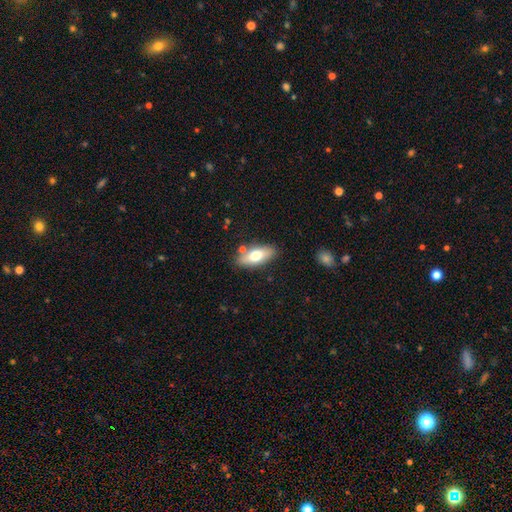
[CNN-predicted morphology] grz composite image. It shows a smooth galaxy with no disk features (67%) that is in between round and cigar-shaped (78%). Merging: none (81%).